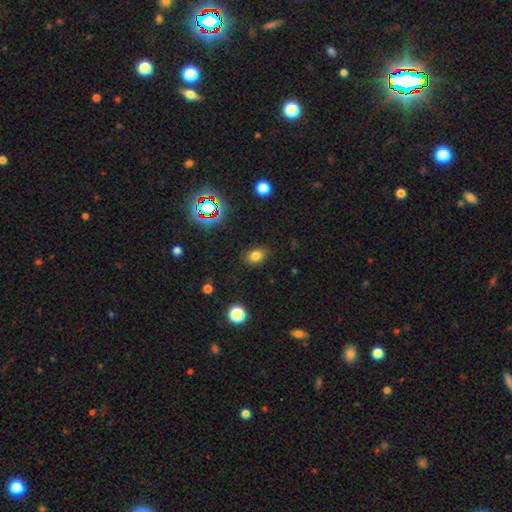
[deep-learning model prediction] A smooth galaxy with no disk features (78%) that is in between round and cigar-shaped (66%).

Vote fractions:
- Smooth or featured? smooth: 78% / star or artifact: 15% / featured or disk: 7%
- How rounded? in between: 66% / round: 33% / cigar-shaped: 1%
- Merging? none: 86% / minor disturbance: 10% / major disturbance: 3% / merger: 1%